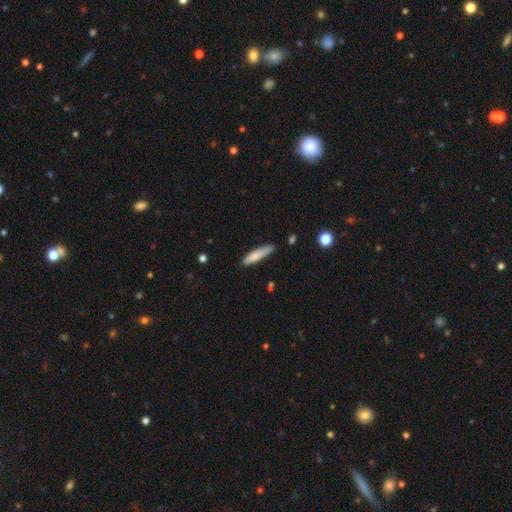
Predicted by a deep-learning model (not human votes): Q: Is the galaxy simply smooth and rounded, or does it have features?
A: smooth — 79%.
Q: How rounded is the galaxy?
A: cigar-shaped — 84%.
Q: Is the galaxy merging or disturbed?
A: none — 77%.